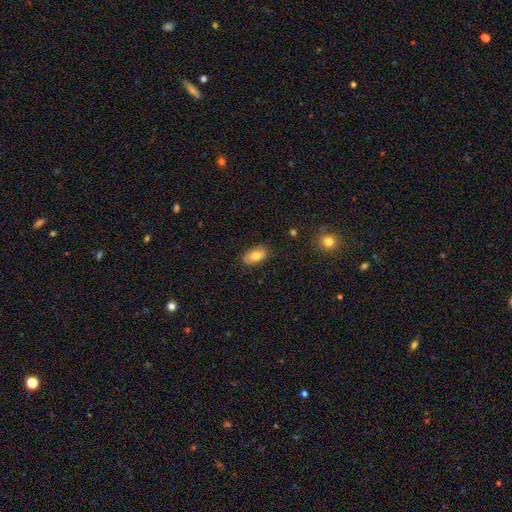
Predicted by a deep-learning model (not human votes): Smooth or featured? Predicted: smooth (p=0.79). How rounded? Predicted: in between (p=0.89). Merging? Predicted: none (p=0.86).